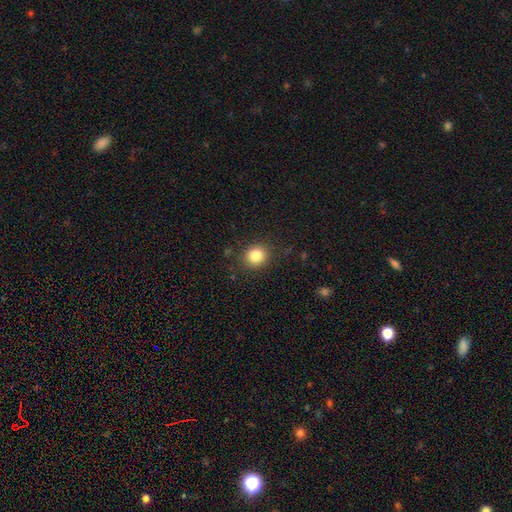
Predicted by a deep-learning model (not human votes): Smooth or featured?
  - smooth: 84% *
  - star or artifact: 11%
  - featured or disk: 6%
How rounded?
  - round: 79% *
  - in between: 20%
  - cigar-shaped: 1%
Merging?
  - none: 87% *
  - minor disturbance: 9%
  - major disturbance: 3%
  - merger: 1%